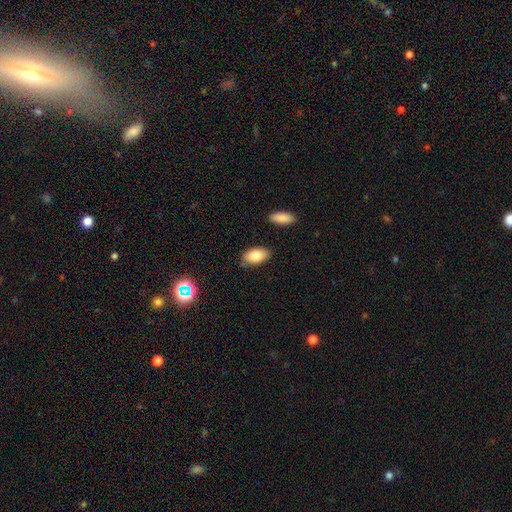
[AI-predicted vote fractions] smooth-or-featured: smooth: 83% | featured or disk: 9% | star or artifact: 8%
  how-rounded: in between: 94% | round: 4% | cigar-shaped: 2%
  merging: none: 78% | minor disturbance: 16% | merger: 3% | major disturbance: 3%